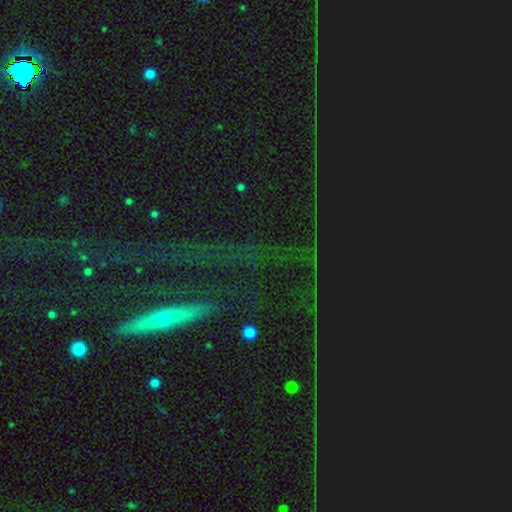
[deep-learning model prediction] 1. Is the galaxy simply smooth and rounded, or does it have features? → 65% star or artifact, 20% featured or disk, 15% smooth.